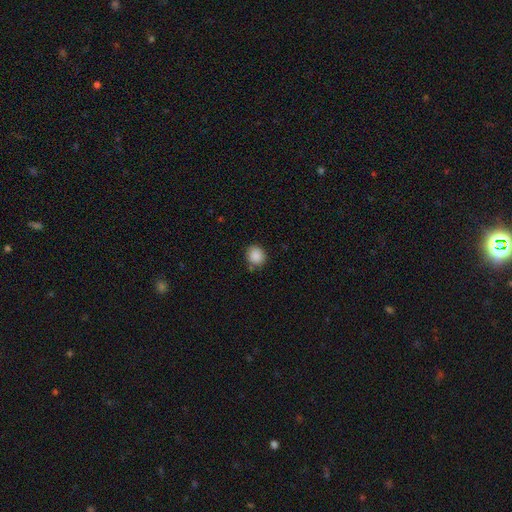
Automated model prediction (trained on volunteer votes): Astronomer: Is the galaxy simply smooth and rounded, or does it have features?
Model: smooth — 88%.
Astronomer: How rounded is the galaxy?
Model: round — 78%.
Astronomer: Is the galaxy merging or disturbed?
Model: none — 79%.